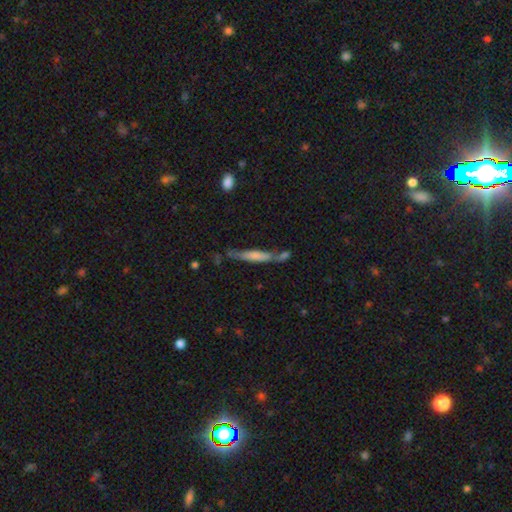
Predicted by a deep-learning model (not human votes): Smooth or featured? Predicted: smooth (p=0.56). How rounded? Predicted: cigar-shaped (p=0.89). Merging? Predicted: none (p=0.48).